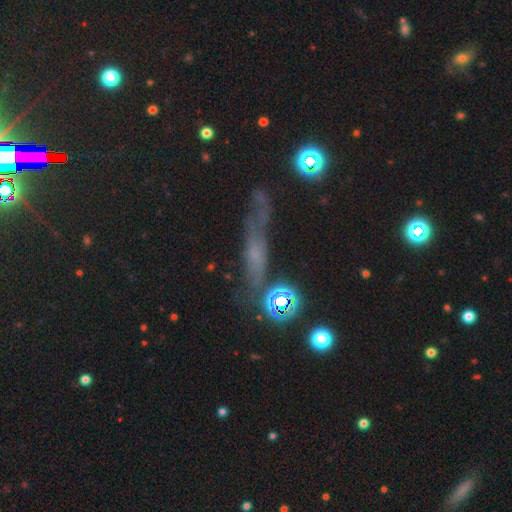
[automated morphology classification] Smooth or featured: featured or disk — 36% (tied with smooth — 36%)
Merging: none — 55% (minor disturbance — 22%)